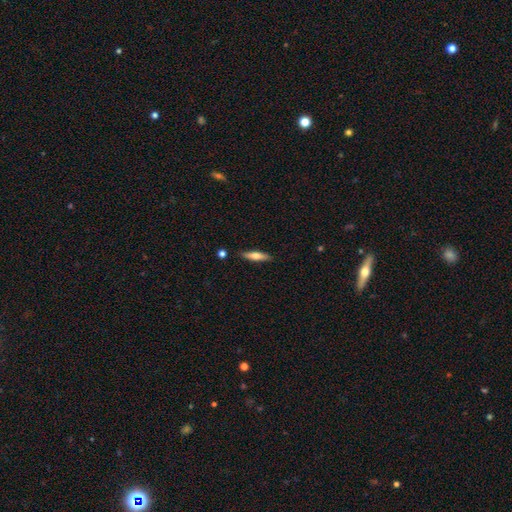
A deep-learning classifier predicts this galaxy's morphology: Smooth or featured?
  - smooth: 59% *
  - featured or disk: 35%
  - star or artifact: 6%
How rounded?
  - cigar-shaped: 74% *
  - in between: 24%
  - round: 2%
Merging?
  - none: 86% *
  - minor disturbance: 10%
  - merger: 2%
  - major disturbance: 2%